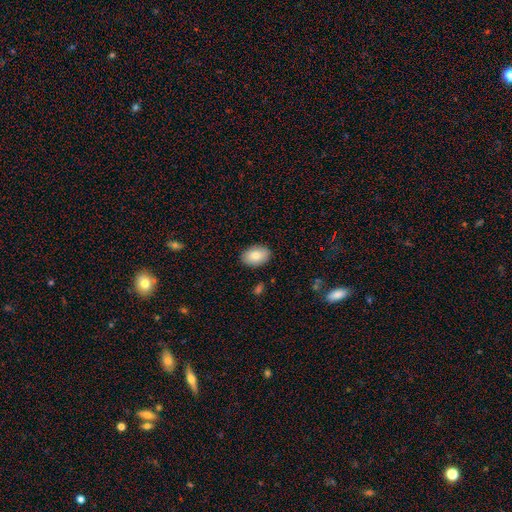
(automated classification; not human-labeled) Overall: smooth (82%). How rounded: in between (88%). Merging: none (88%).